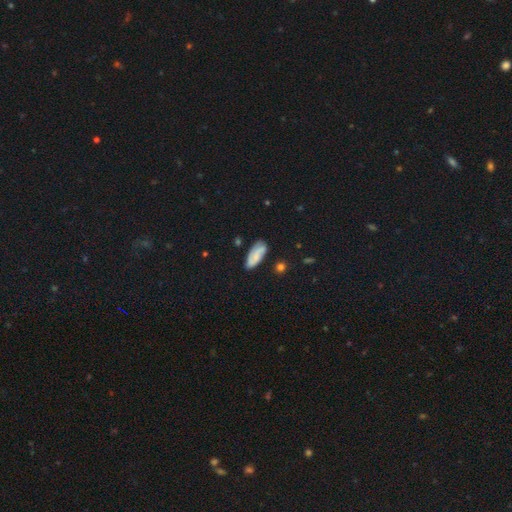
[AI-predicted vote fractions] smooth_or_featured: smooth (p=0.54) [alt: featured or disk p=0.38]
how_rounded: in between (p=0.79) [alt: cigar-shaped p=0.19]
merging: none (p=0.72) [alt: minor disturbance p=0.19]